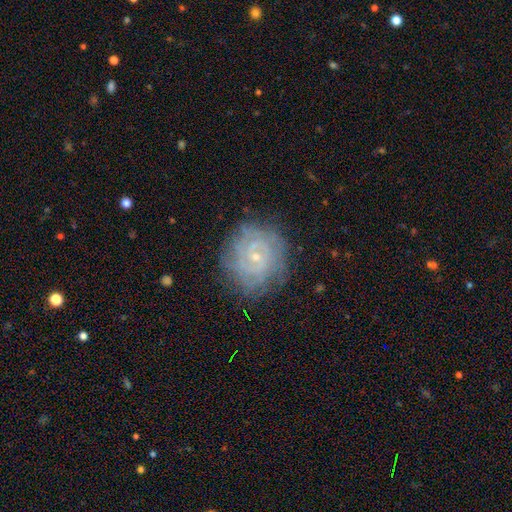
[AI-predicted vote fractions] smooth_or_featured: featured or disk (p=0.53) [alt: smooth p=0.27]
disk_edge_on: no (p=0.96) [alt: yes p=0.04]
bar: no (p=0.72) [alt: weak p=0.22]
has_spiral_arms: yes (p=0.86) [alt: no p=0.14]
bulge_size: small (p=0.81) [alt: moderate p=0.14]
merging: none (p=0.84) [alt: minor disturbance p=0.11]